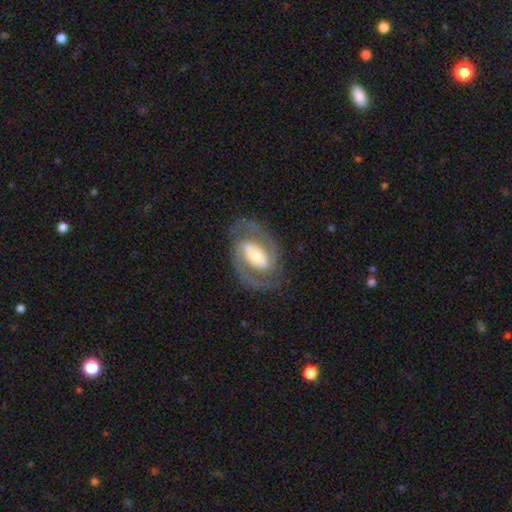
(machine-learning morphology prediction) featured or disk 86%, smooth 10%, star or artifact 5%. Down the decision tree: edge-on disk — no (96%); bar — strong (40%); spiral arms — yes (92%); spiral arm count — 2 (90%); spiral winding — medium (49%); bulge size — moderate (53%); merging — none (79%).